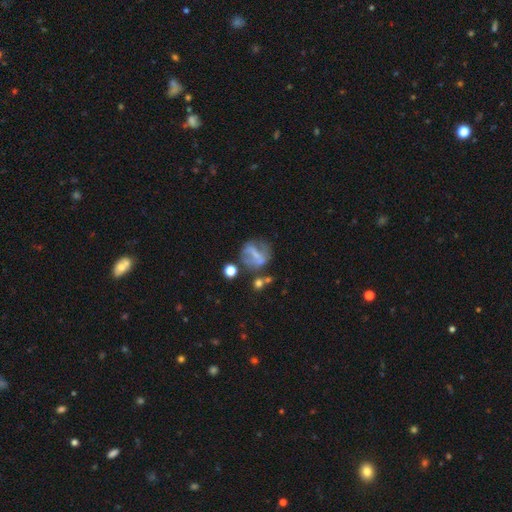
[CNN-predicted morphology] Smooth or featured? Predicted: featured or disk (p=0.49). Merging? Predicted: none (p=0.48).